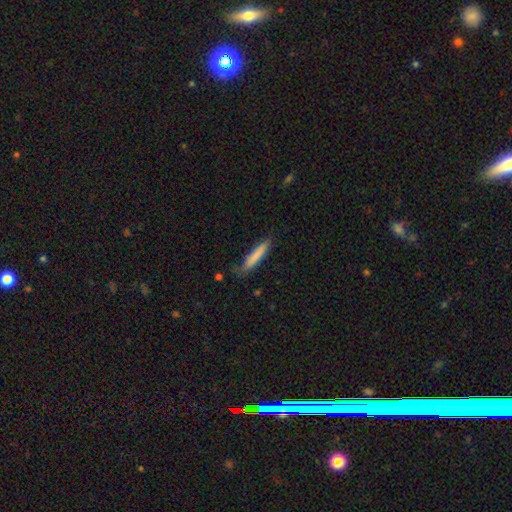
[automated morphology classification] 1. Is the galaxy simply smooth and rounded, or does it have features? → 80% smooth, 14% featured or disk, 6% star or artifact.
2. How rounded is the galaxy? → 90% cigar-shaped, 8% in between, 1% round.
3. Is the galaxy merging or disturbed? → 71% none, 22% minor disturbance, 5% major disturbance, 2% merger.